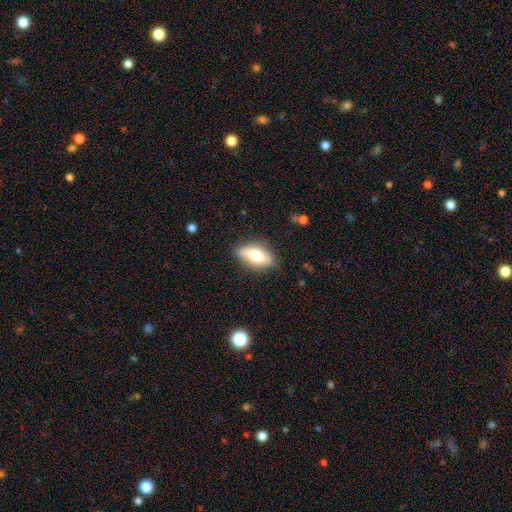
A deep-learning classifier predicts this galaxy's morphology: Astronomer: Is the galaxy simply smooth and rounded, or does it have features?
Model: smooth — 65%.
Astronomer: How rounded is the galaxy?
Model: in between — 85%.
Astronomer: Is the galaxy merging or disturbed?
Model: none — 78%.